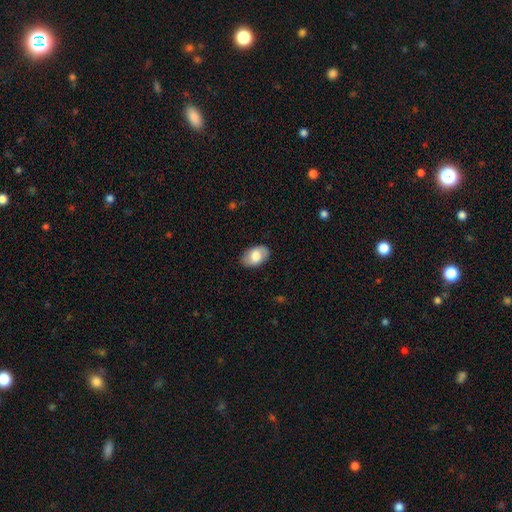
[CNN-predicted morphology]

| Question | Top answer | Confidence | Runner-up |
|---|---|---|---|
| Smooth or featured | smooth | 72% | featured or disk (22%) |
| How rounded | in between | 92% | round (6%) |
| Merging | none | 86% | minor disturbance (11%) |